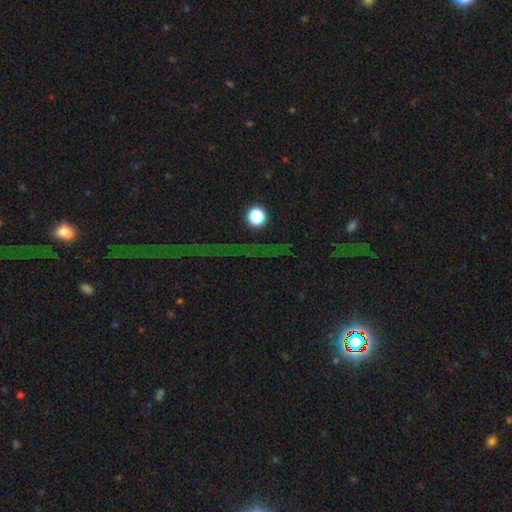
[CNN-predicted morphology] This is likely a star or artifact rather than a galaxy (77%).